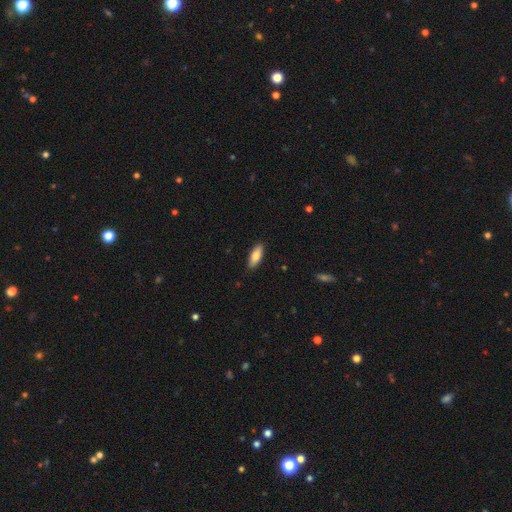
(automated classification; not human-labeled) Overall: smooth (81%). How rounded: in between (69%). Merging: none (88%).